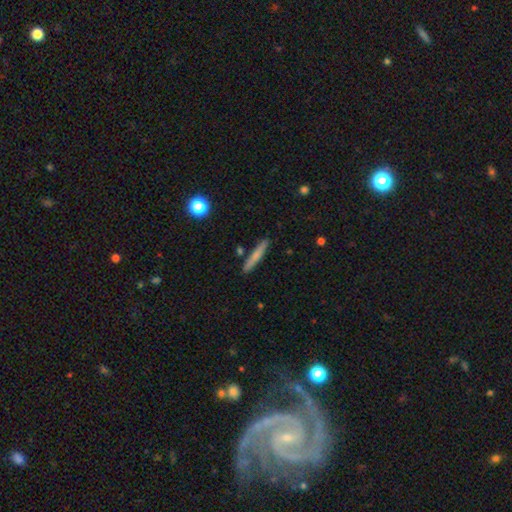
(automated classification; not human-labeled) A smooth galaxy with no disk features (68%) that is cigar-shaped (93%). Merging: none (87%).